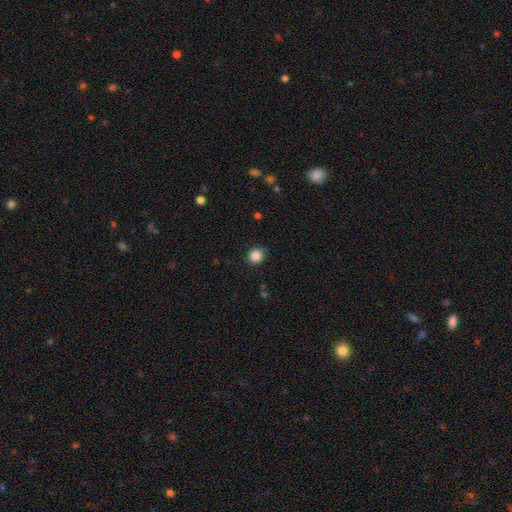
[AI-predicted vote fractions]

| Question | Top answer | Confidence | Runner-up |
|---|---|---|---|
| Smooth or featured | smooth | 86% | star or artifact (10%) |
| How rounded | round | 84% | in between (16%) |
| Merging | none | 89% | minor disturbance (8%) |